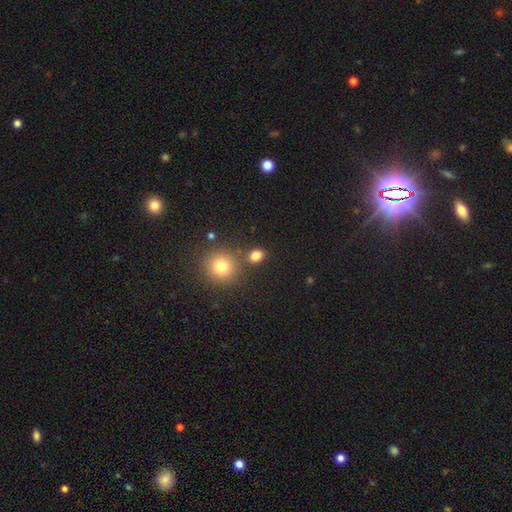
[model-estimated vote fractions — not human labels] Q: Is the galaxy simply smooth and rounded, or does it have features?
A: smooth — 82%.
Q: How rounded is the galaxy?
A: in between — 50%.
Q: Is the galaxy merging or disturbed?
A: none — 76%.